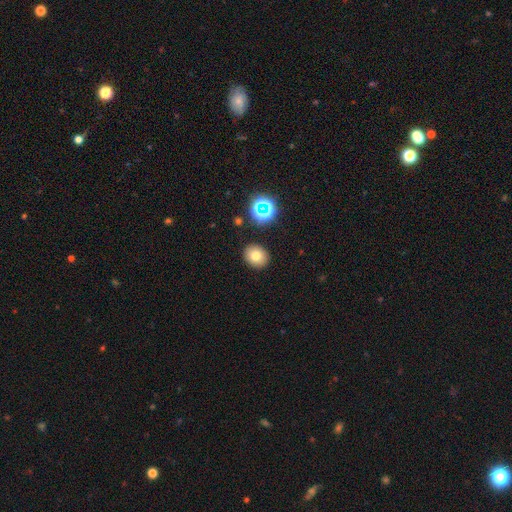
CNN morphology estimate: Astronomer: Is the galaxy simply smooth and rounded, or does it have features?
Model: smooth — 75%.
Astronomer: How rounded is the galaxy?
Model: round — 65%.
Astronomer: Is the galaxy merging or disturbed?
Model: none — 89%.